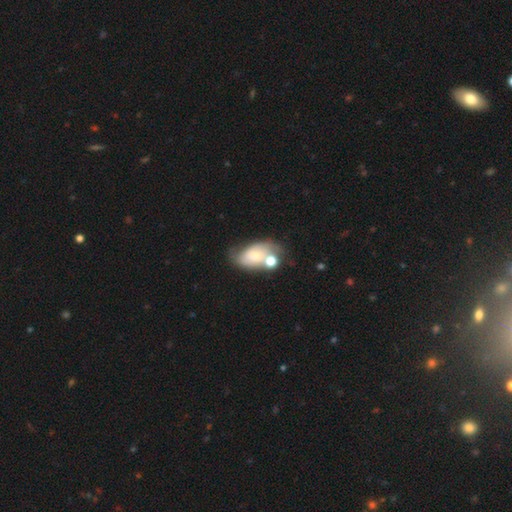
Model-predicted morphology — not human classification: smooth_or_featured: smooth (p=0.53) [alt: featured or disk p=0.38]
how_rounded: in between (p=0.85) [alt: round p=0.12]
merging: merger (p=0.34) [alt: none p=0.32]